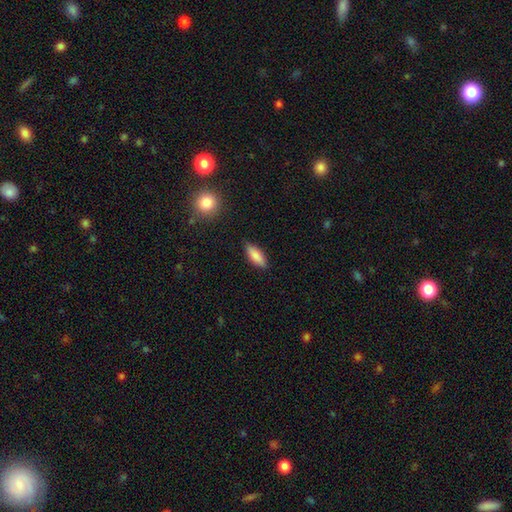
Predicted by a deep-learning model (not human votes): A smooth galaxy with no disk features (83%) that is in between round and cigar-shaped (66%).

Vote fractions:
- Smooth or featured? smooth: 83% / featured or disk: 10% / star or artifact: 7%
- How rounded? in between: 66% / cigar-shaped: 32% / round: 2%
- Merging? none: 84% / minor disturbance: 12% / major disturbance: 2% / merger: 1%